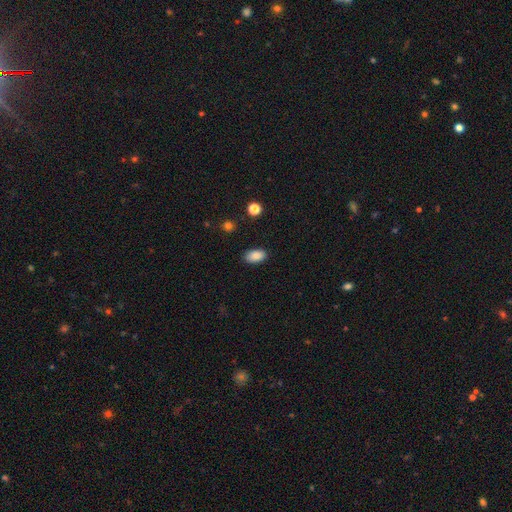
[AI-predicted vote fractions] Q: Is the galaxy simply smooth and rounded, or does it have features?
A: smooth — 87%.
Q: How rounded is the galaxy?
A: in between — 93%.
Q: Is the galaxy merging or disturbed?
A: none — 88%.